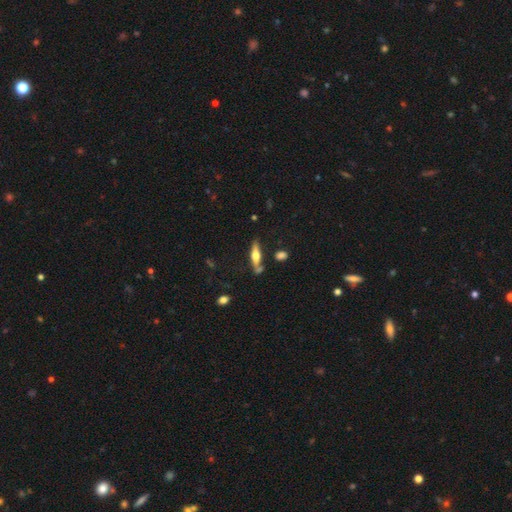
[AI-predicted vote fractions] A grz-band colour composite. It shows a featured or disk galaxy (54%) viewed edge-on (93%) with a rounded central bulge (90%). Merging: none (71%).